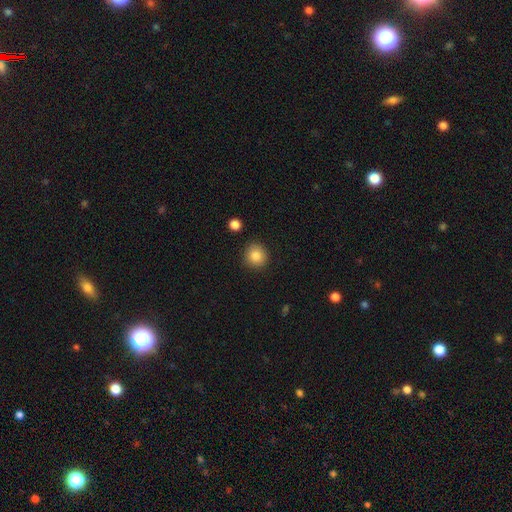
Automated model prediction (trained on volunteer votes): Smooth or featured?
  - smooth: 85% *
  - star or artifact: 9%
  - featured or disk: 6%
How rounded?
  - round: 90% *
  - in between: 9%
  - cigar-shaped: 1%
Merging?
  - none: 88% *
  - minor disturbance: 8%
  - major disturbance: 2%
  - merger: 2%